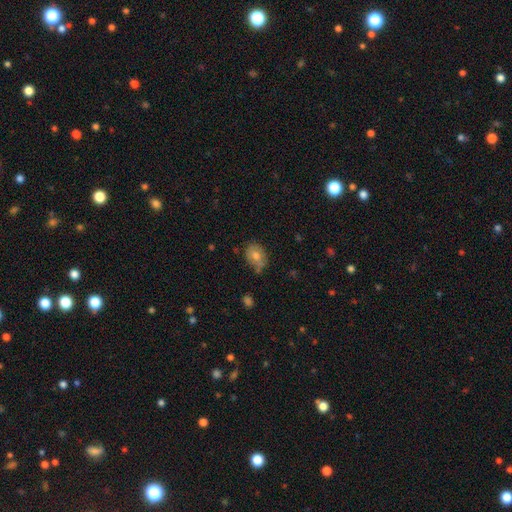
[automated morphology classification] smooth 67%, featured or disk 23%, star or artifact 10%. Down the decision tree: how rounded — in between (66%); merging — none (63%).